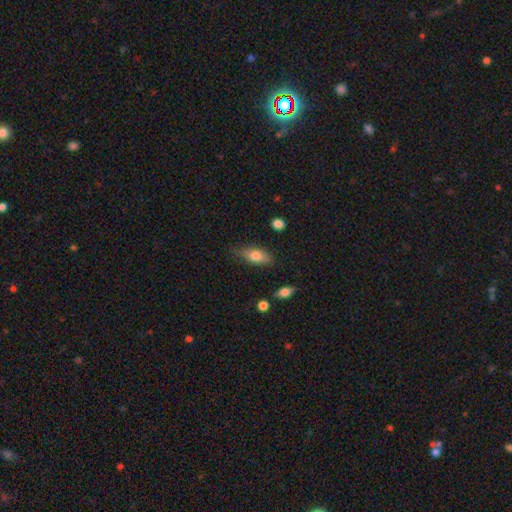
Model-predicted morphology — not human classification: Smooth or featured? Predicted: smooth (p=0.70). How rounded? Predicted: in between (p=0.76). Merging? Predicted: none (p=0.70).